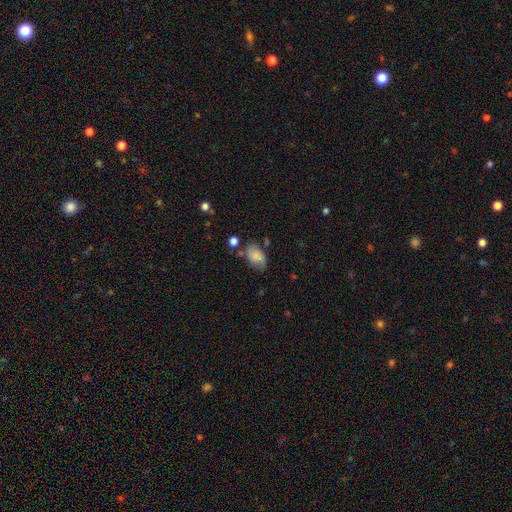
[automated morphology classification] smooth_or_featured: smooth (p=0.77) [alt: featured or disk p=0.14]
how_rounded: in between (p=0.88) [alt: round p=0.10]
merging: none (p=0.58) [alt: minor disturbance p=0.26]